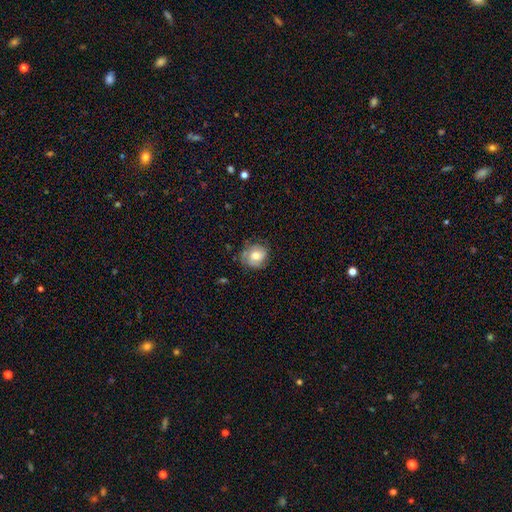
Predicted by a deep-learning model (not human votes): Overall: smooth (49%; featured or disk 42%). Merging: none (67%).